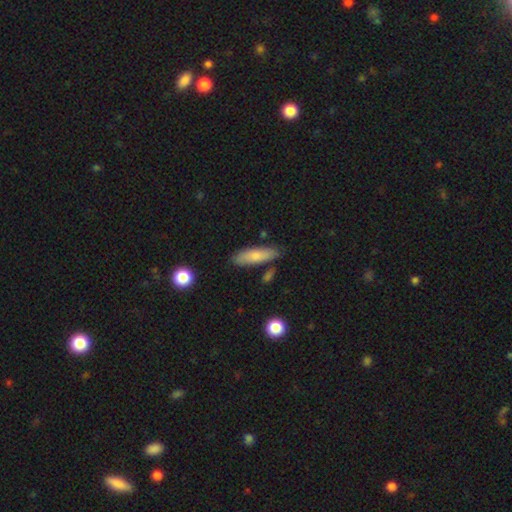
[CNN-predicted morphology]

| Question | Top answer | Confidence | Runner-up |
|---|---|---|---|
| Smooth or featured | smooth | 79% | featured or disk (15%) |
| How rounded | cigar-shaped | 50% | in between (48%) |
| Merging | none | 78% | minor disturbance (15%) |